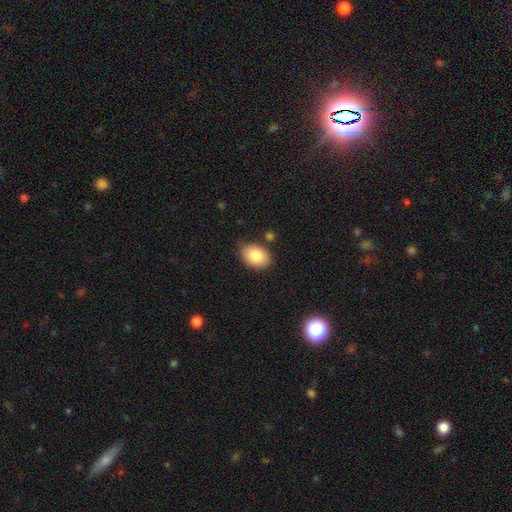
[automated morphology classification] A smooth galaxy with no disk features (83%) that is in between round and cigar-shaped (83%). Merging: none (73%).